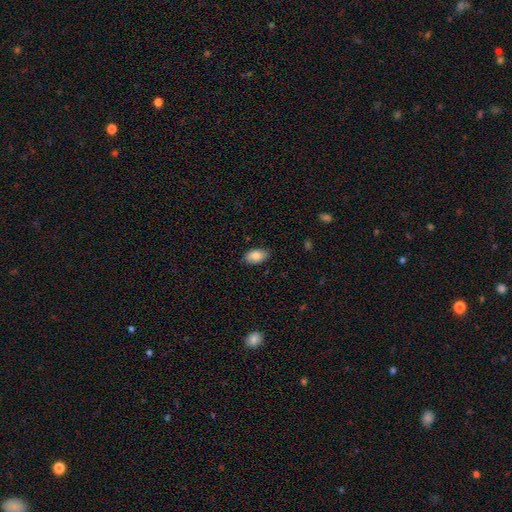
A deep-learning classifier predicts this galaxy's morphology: A smooth galaxy with no disk features (84%) that is in between round and cigar-shaped (93%). Merging: none (85%).